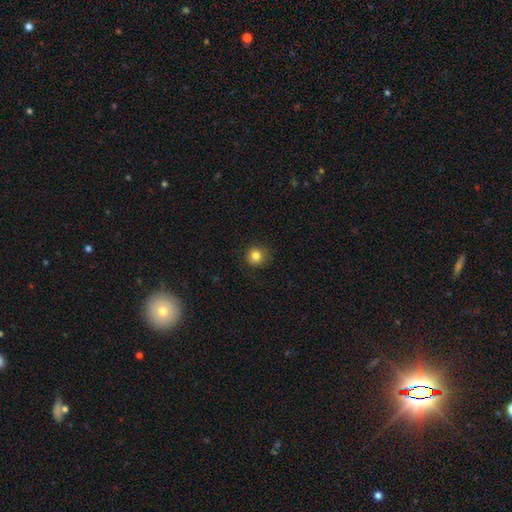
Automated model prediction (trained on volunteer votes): Morphology: type=smooth (83%); roundness=round (93%); merging=none (88%).